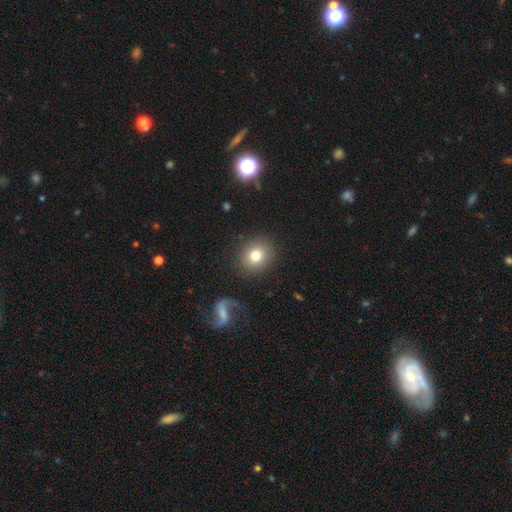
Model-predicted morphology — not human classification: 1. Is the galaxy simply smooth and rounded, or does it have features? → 78% smooth, 12% featured or disk, 10% star or artifact.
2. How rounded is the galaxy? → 76% round, 23% in between, 1% cigar-shaped.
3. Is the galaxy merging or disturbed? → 86% none, 8% minor disturbance, 4% major disturbance, 2% merger.